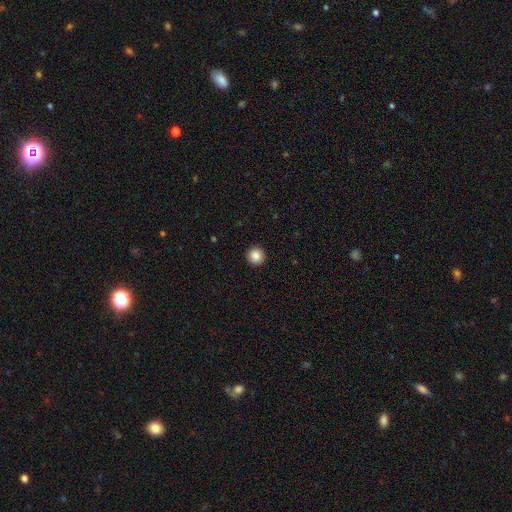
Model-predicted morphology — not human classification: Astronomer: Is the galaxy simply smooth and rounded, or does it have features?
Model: smooth — 87%.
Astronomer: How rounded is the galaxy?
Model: round — 96%.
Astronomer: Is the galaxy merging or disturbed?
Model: none — 94%.